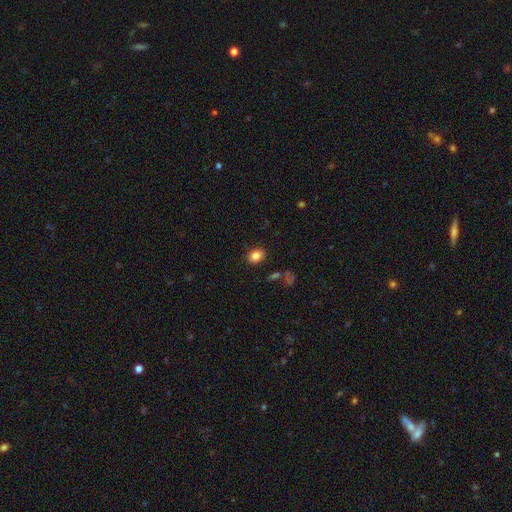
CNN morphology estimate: A smooth galaxy with no disk features (83%) that is in between round and cigar-shaped (64%). Merging: none (86%).